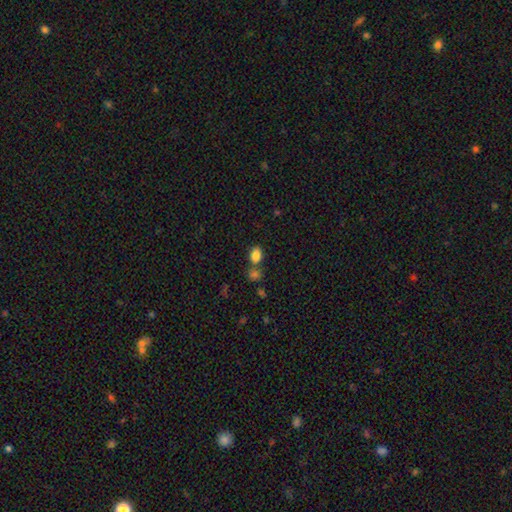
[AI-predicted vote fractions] A smooth galaxy with no disk features (84%) that is in between round and cigar-shaped (73%). Merging: none (61%).